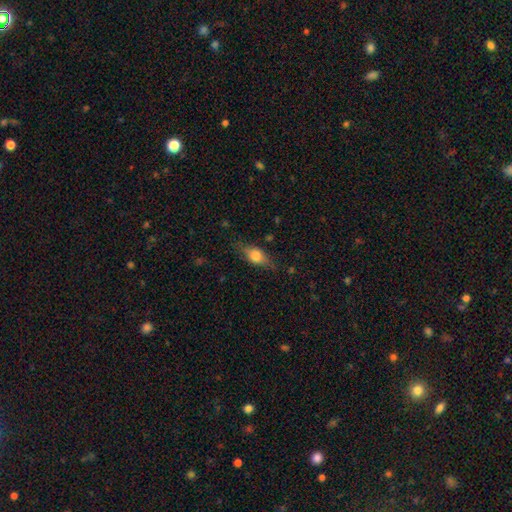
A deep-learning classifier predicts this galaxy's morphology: A smooth galaxy with no disk features (69%) that is in between round and cigar-shaped (77%). Merging: none (75%).